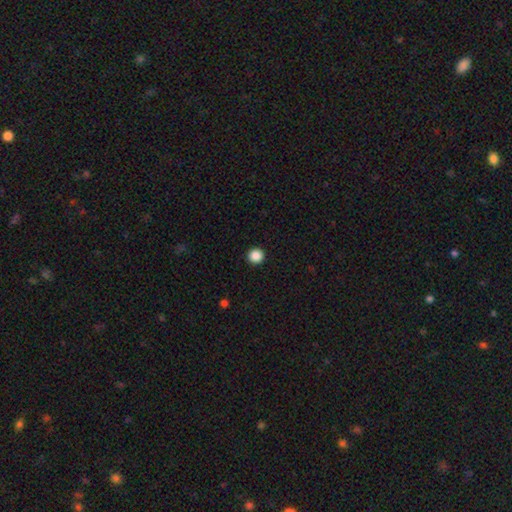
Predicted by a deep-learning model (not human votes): The model was most divided on "smooth or featured": smooth: 87%, star or artifact: 10%, featured or disk: 2%. More confident: how rounded — round (96%); merging — none (94%).